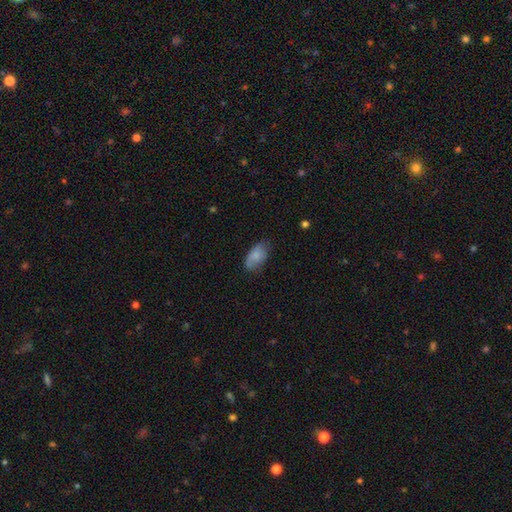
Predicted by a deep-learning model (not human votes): smooth_or_featured: smooth (p=0.79) [alt: featured or disk p=0.13]
how_rounded: in between (p=0.93) [alt: round p=0.04]
merging: none (p=0.60) [alt: minor disturbance p=0.30]